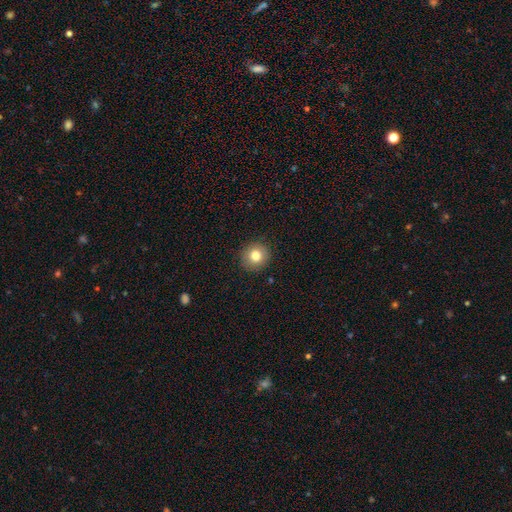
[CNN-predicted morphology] Smooth or featured?
  - smooth: 80% *
  - star or artifact: 10%
  - featured or disk: 10%
How rounded?
  - round: 92% *
  - in between: 7%
  - cigar-shaped: 1%
Merging?
  - none: 91% *
  - minor disturbance: 6%
  - major disturbance: 2%
  - merger: 1%